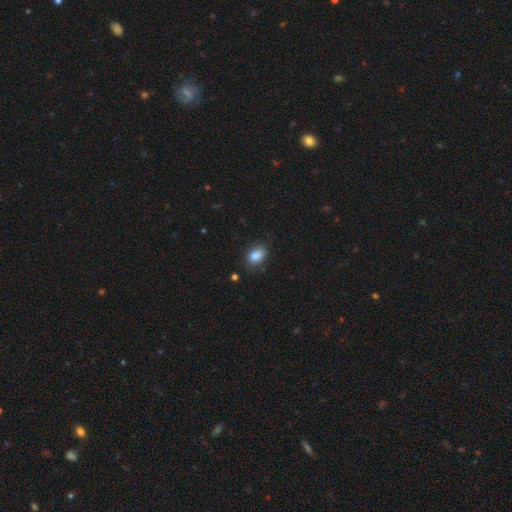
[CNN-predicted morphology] smooth-or-featured: smooth: 84% | star or artifact: 9% | featured or disk: 7%
  how-rounded: in between: 79% | round: 19% | cigar-shaped: 2%
  merging: none: 72% | minor disturbance: 20% | major disturbance: 5% | merger: 3%